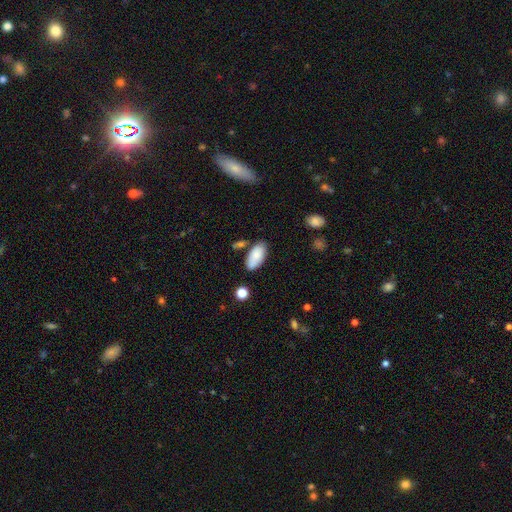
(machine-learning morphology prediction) Overall: smooth (83%). How rounded: in between (93%). Merging: none (70%).